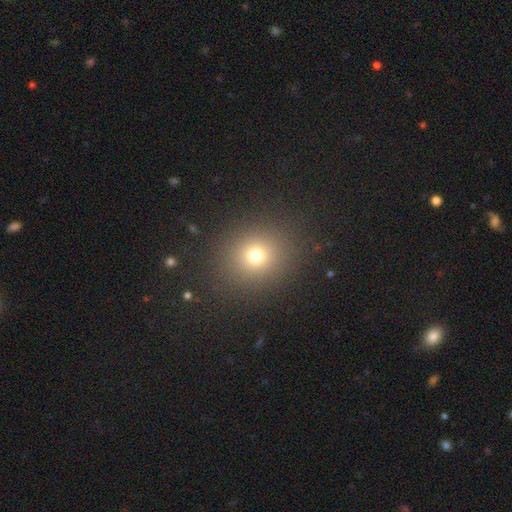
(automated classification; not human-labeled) smooth 72%, star or artifact 19%, featured or disk 9%. Down the decision tree: how rounded — round (82%); merging — none (87%).